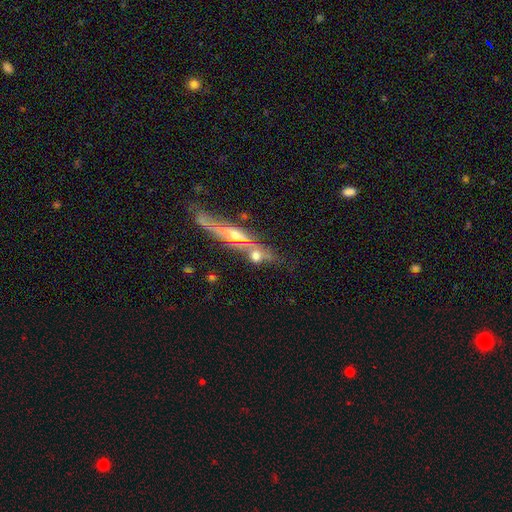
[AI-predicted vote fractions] Morphology: type=smooth (46%); merging=none (51%).